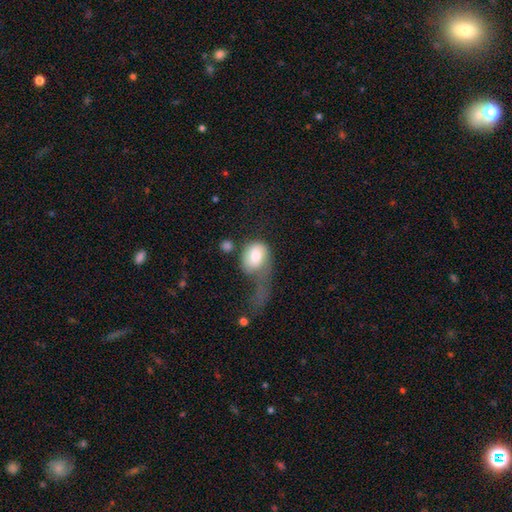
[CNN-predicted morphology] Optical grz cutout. It shows a smooth galaxy with no disk features (71%) that is in between round and cigar-shaped (60%). Merging: major disturbance (60%).